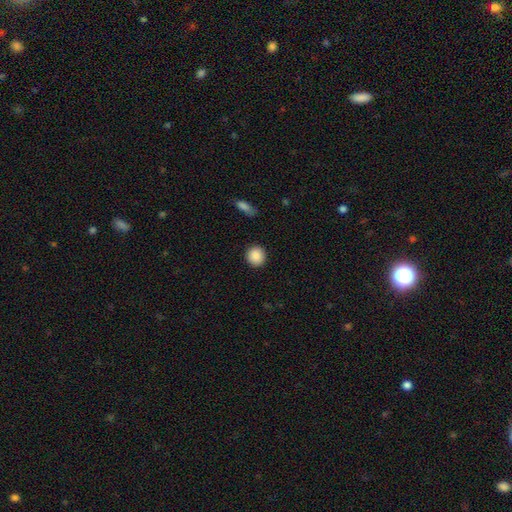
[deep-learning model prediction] smooth 89%, star or artifact 8%, featured or disk 3%. Down the decision tree: how rounded — round (91%); merging — none (91%).